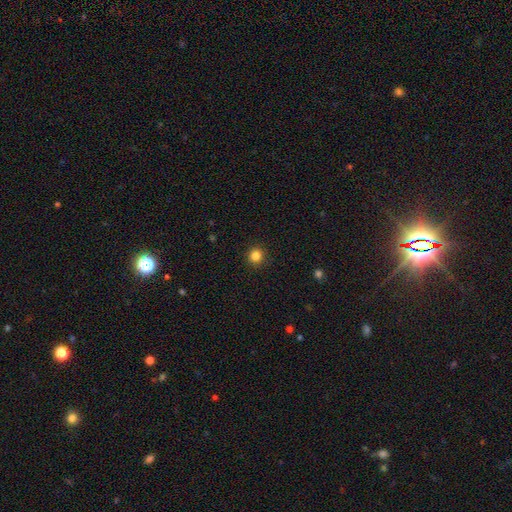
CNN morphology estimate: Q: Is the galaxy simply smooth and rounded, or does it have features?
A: smooth — 84%.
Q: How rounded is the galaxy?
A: round — 92%.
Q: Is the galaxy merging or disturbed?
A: none — 92%.